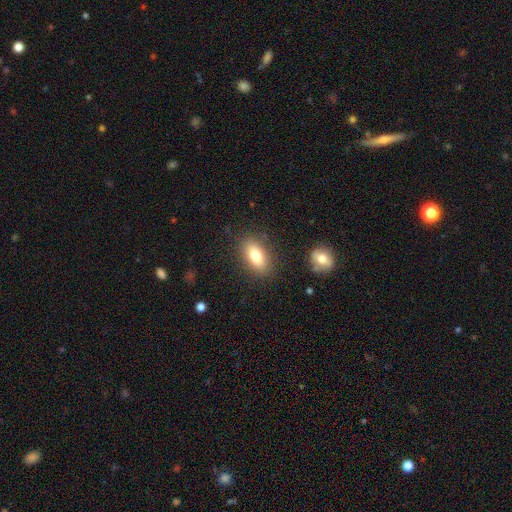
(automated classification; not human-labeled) The model was most divided on "smooth or featured": smooth: 79%, featured or disk: 13%, star or artifact: 8%. More confident: how rounded — in between (86%); merging — none (84%).